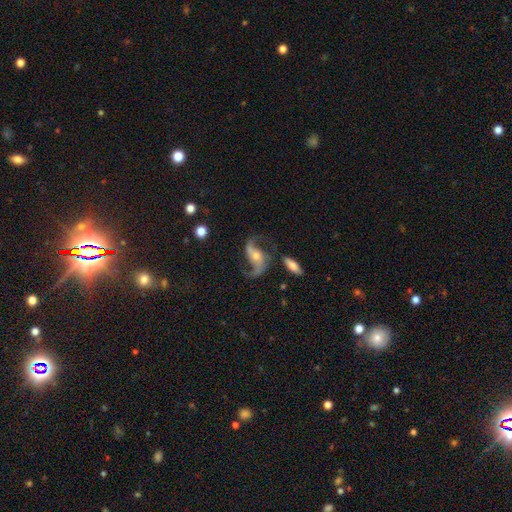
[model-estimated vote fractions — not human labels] Smooth or featured?
  - featured or disk: 89% *
  - star or artifact: 6%
  - smooth: 5%
Edge-on disk?
  - no: 96% *
  - yes: 4%
Bar?
  - no: 50% *
  - weak: 30%
  - strong: 20%
Spiral arms?
  - yes: 97% *
  - no: 3%
Spiral winding?
  - loose: 72% *
  - medium: 23%
  - tight: 5%
Spiral arm count?
  - 2: 93% *
  - 1: 2%
  - can't tell: 2%
  - 3: 1%
  - 4: 1%
  - more than 4: 1%
Bulge size?
  - moderate: 49% *
  - small: 44%
  - large: 4%
  - none: 2%
  - dominant: 1%
Merging?
  - none: 70% *
  - minor disturbance: 15%
  - major disturbance: 11%
  - merger: 4%